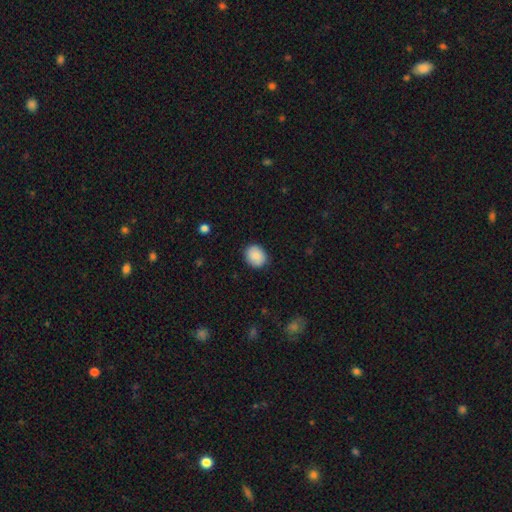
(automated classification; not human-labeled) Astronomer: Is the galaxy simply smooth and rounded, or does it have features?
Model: smooth — 86%.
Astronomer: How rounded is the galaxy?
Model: round — 63%.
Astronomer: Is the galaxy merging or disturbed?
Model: none — 87%.